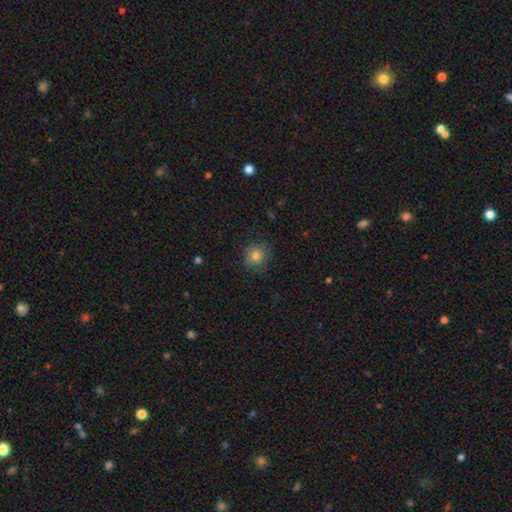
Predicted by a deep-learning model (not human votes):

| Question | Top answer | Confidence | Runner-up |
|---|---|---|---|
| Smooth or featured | smooth | 77% | star or artifact (12%) |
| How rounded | round | 91% | in between (8%) |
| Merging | none | 80% | minor disturbance (15%) |